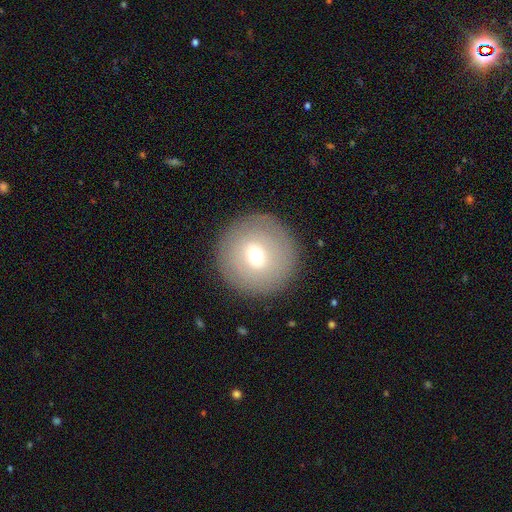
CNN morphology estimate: Smooth or featured? Predicted: smooth (p=0.62). How rounded? Predicted: round (p=0.96). Merging? Predicted: none (p=0.90).